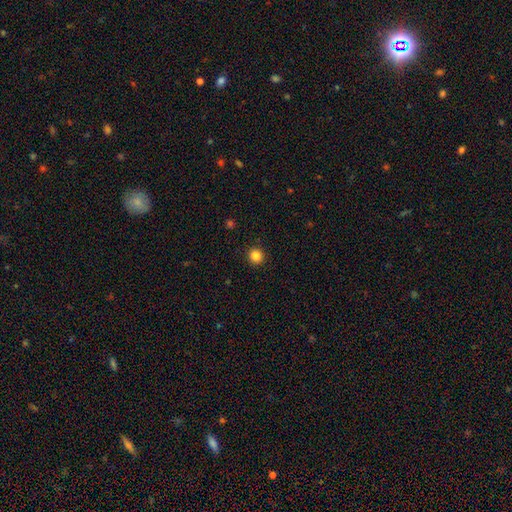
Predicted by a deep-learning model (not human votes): Overall: smooth (85%). How rounded: round (92%). Merging: none (93%).